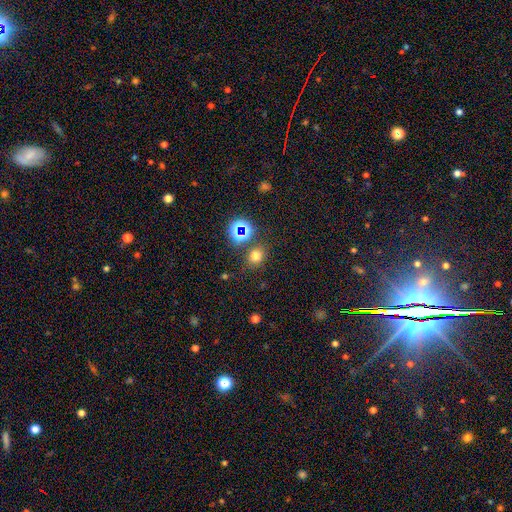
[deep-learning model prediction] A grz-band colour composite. It shows a smooth galaxy with no disk features (69%) that is round (65%). Merging: none (78%).